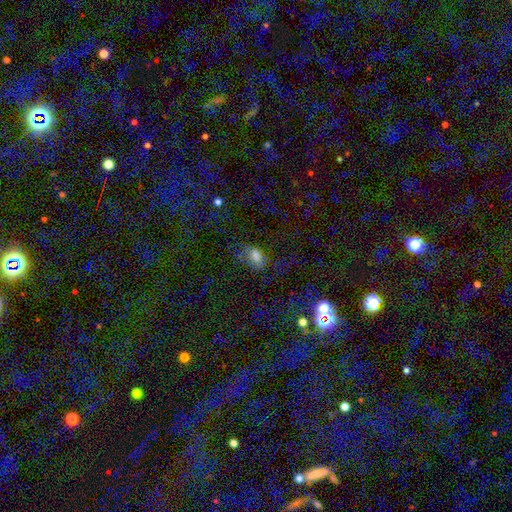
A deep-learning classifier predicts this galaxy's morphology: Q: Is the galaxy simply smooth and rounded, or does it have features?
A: smooth — 66%.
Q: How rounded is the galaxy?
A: in between — 83%.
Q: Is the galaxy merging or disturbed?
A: none — 54%.